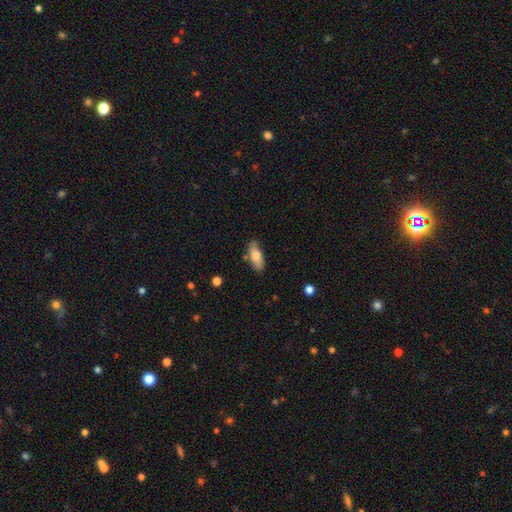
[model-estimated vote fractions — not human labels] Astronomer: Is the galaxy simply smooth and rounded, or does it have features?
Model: smooth — 77%.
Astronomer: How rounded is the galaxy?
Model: in between — 79%.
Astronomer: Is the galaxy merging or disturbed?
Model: none — 75%.